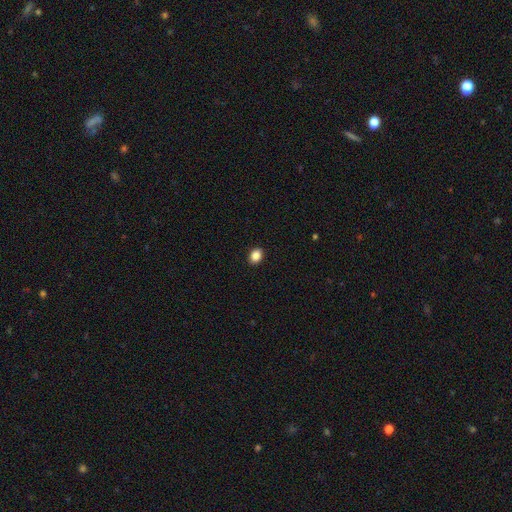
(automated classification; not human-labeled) Morphology: type=smooth (87%); roundness=in between (59%); merging=none (91%).